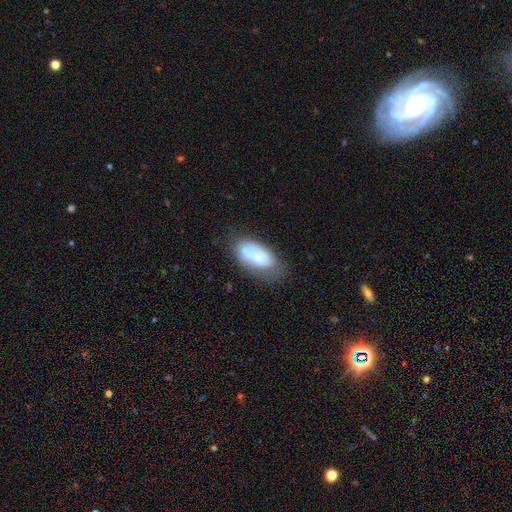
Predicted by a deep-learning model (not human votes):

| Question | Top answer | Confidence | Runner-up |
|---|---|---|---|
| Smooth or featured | smooth | 61% | featured or disk (31%) |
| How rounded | in between | 92% | cigar-shaped (5%) |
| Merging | none | 47% | minor disturbance (26%) |